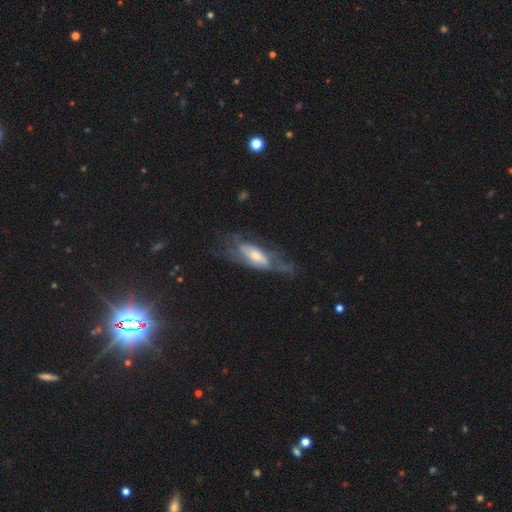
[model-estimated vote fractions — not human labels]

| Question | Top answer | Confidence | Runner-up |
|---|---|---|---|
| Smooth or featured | featured or disk | 60% | smooth (33%) |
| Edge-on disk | no | 79% | yes (21%) |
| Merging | none | 40% | major disturbance (32%) |